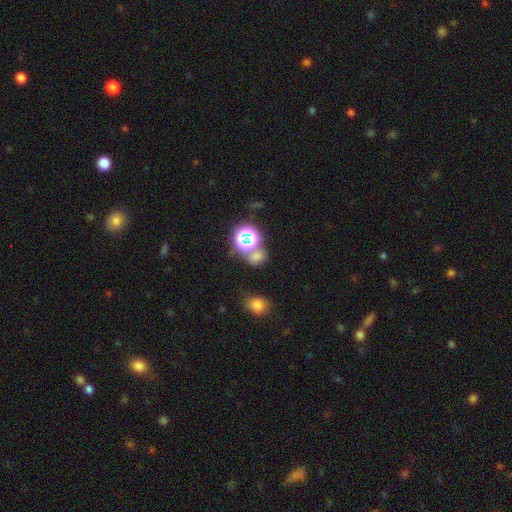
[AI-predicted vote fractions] Morphology: type=smooth (52%); roundness=round (64%); merging=none (56%).